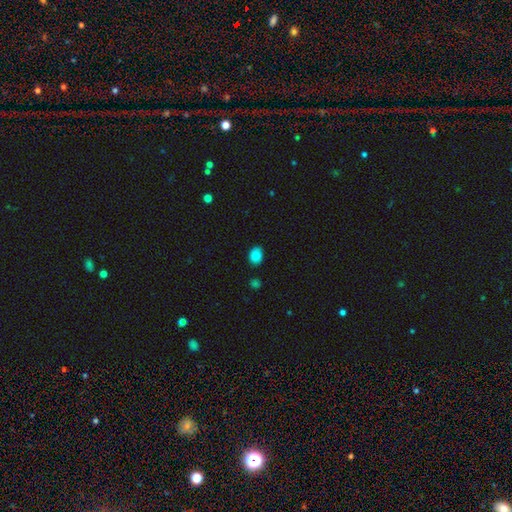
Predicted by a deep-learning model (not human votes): Smooth or featured? Predicted: smooth (p=0.86). How rounded? Predicted: in between (p=0.71). Merging? Predicted: none (p=0.84).